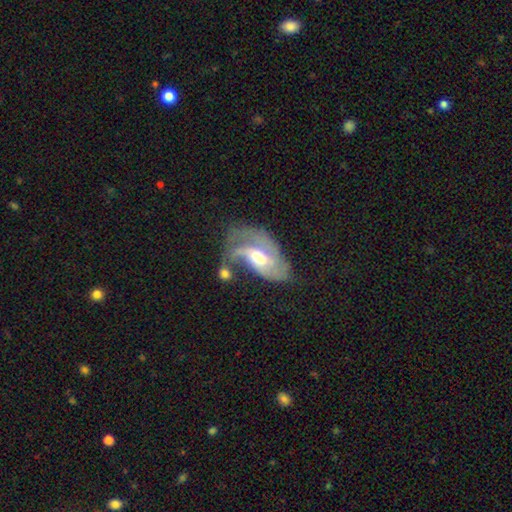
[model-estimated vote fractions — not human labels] Overall: featured or disk (76%). Edge-on disk: no (95%). Bar: weak (47%; no 36%). Spiral arms: yes (86%). Spiral arm count: 2 (40%; can't tell 22%). Spiral winding: medium (44%; loose 31%). Bulge size: moderate (65%). Merging: major disturbance (32%; none 28%).